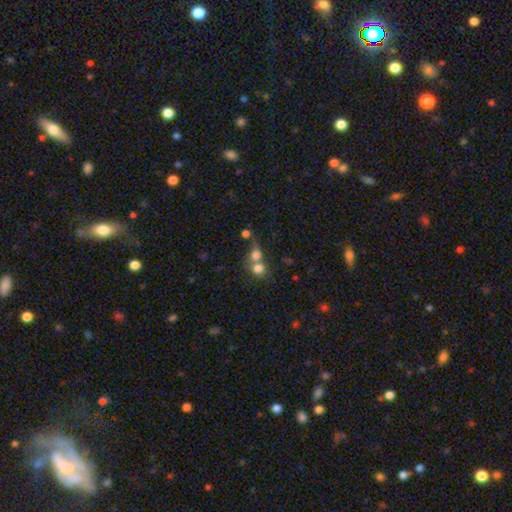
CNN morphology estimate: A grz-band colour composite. It shows a smooth galaxy with no disk features (74%) that is round (74%). Merging: merger (58%).